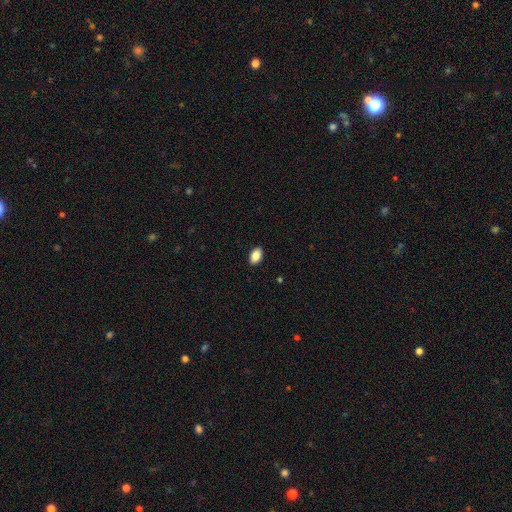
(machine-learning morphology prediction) type=smooth (88%); roundness=in between (90%); merging=none (90%).